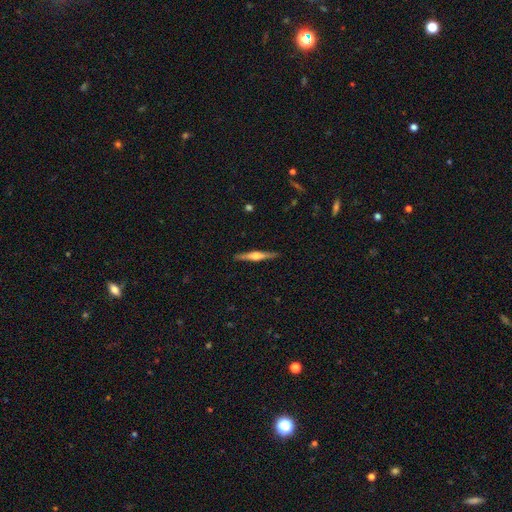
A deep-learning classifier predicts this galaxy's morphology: This is likely a featured or disk galaxy (72%). It is clearly viewed edge-on (98%). Edge-on bulge: clearly rounded (85%). Merging: clearly none (90%).